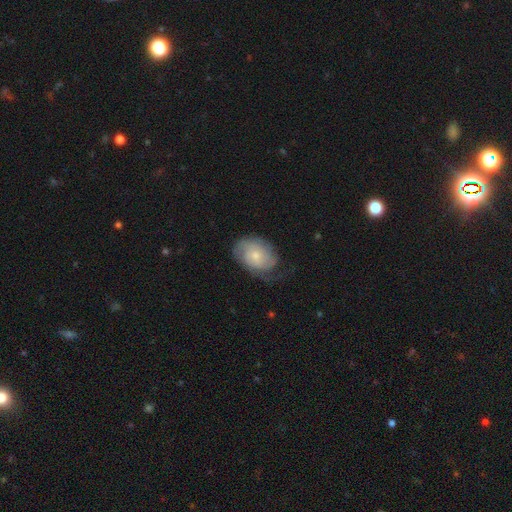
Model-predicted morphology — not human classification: smooth-or-featured: featured or disk: 56% | smooth: 37% | star or artifact: 6%
  disk-edge-on: no: 96% | yes: 4%
    bar: no: 77% | weak: 20% | strong: 2%
    has-spiral-arms: yes: 84% | no: 16%
    bulge-size: small: 57% | moderate: 37% | none: 3% | large: 3% | dominant: 1%
  merging: none: 52% | minor disturbance: 28% | major disturbance: 19% | merger: 1%